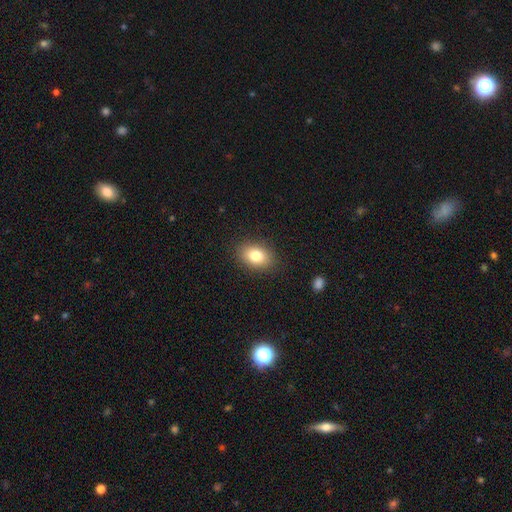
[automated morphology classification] smooth_or_featured: smooth (p=0.80) [alt: featured or disk p=0.11]
how_rounded: in between (p=0.76) [alt: round p=0.22]
merging: none (p=0.88) [alt: minor disturbance p=0.09]